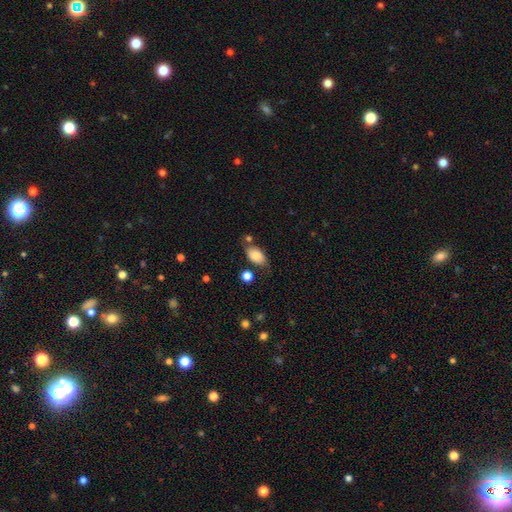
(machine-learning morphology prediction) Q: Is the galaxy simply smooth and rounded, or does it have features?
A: smooth — 80%.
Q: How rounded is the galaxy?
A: in between — 91%.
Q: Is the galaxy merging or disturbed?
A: none — 61%.